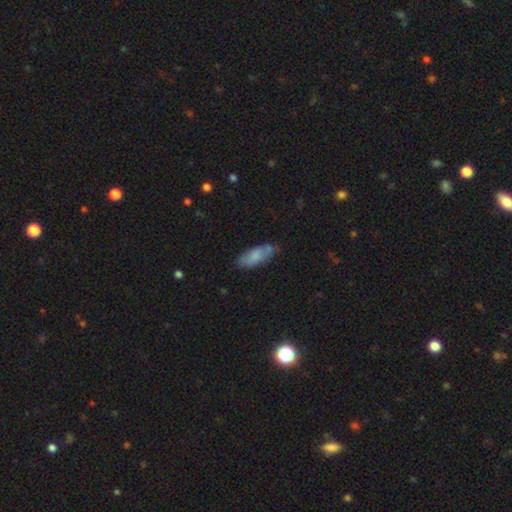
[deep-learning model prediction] smooth-or-featured: smooth: 73% | featured or disk: 21% | star or artifact: 7%
  how-rounded: in between: 70% | cigar-shaped: 28% | round: 2%
  merging: none: 73% | minor disturbance: 20% | major disturbance: 4% | merger: 3%